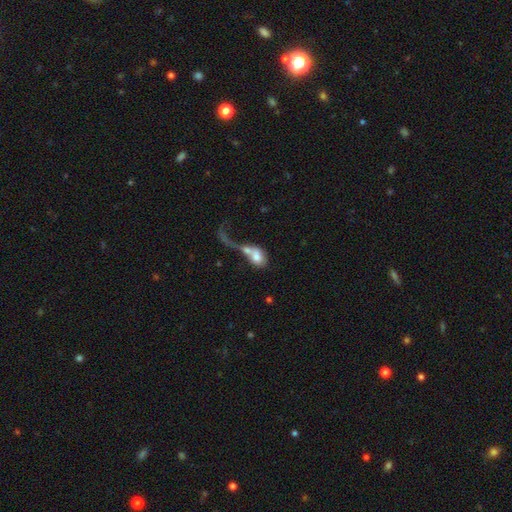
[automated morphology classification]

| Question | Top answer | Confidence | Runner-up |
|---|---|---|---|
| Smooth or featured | smooth | 58% | featured or disk (33%) |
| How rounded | in between | 70% | round (26%) |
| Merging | merger | 54% | major disturbance (29%) |